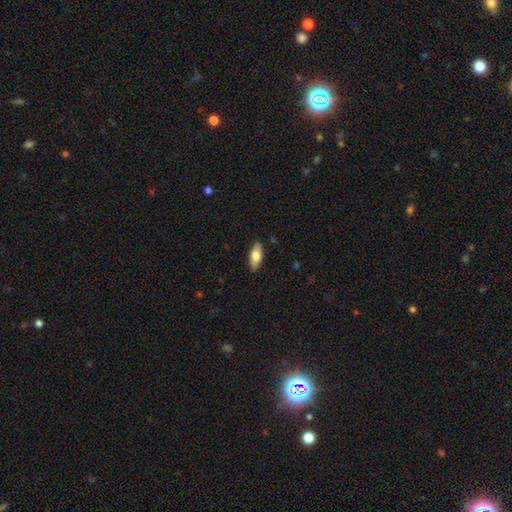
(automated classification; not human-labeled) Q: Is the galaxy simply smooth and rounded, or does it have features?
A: smooth — 76%.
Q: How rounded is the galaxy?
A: in between — 80%.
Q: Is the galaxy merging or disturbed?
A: none — 88%.